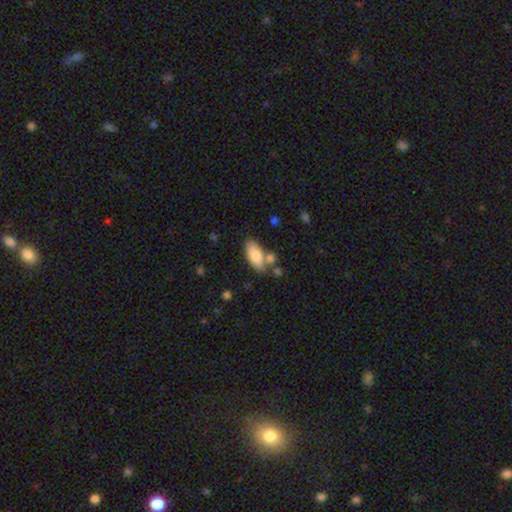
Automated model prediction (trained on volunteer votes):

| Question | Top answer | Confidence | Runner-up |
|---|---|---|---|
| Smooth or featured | smooth | 83% | featured or disk (10%) |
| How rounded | in between | 87% | cigar-shaped (11%) |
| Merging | none | 61% | merger (17%) |